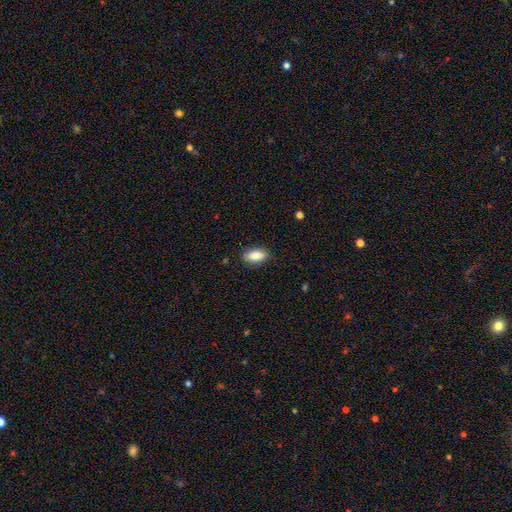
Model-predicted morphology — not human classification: A smooth galaxy with no disk features (86%) that is in between round and cigar-shaped (87%).

Vote fractions:
- Smooth or featured? smooth: 86% / featured or disk: 7% / star or artifact: 7%
- How rounded? in between: 87% / cigar-shaped: 9% / round: 3%
- Merging? none: 86% / minor disturbance: 11% / major disturbance: 2% / merger: 1%